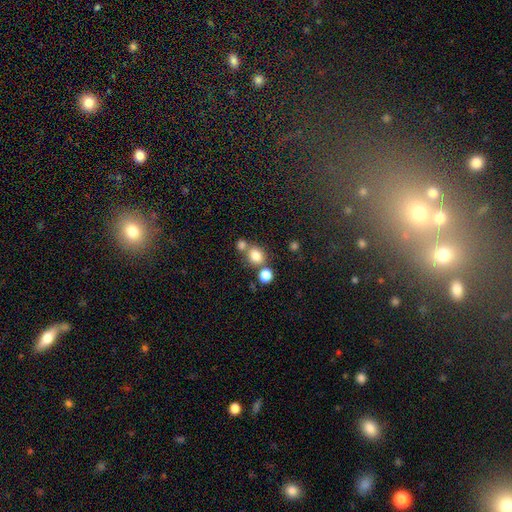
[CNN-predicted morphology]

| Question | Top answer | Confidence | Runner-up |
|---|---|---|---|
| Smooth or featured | smooth | 79% | star or artifact (13%) |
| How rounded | round | 69% | in between (30%) |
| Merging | none | 56% | merger (30%) |